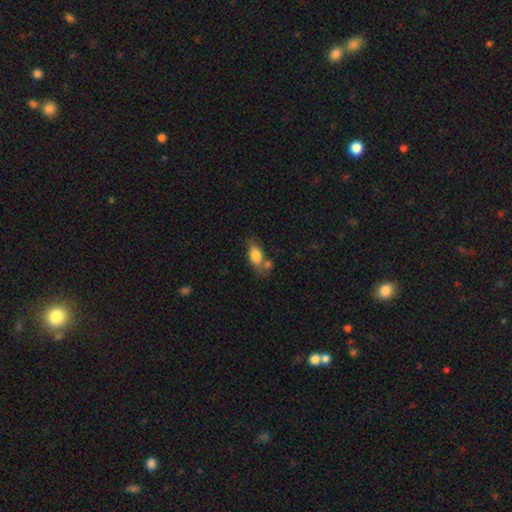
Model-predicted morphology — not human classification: This appears to be a smooth galaxy with no disk features (79%) that is in between round and cigar-shaped (85%). Merging: none (48%).